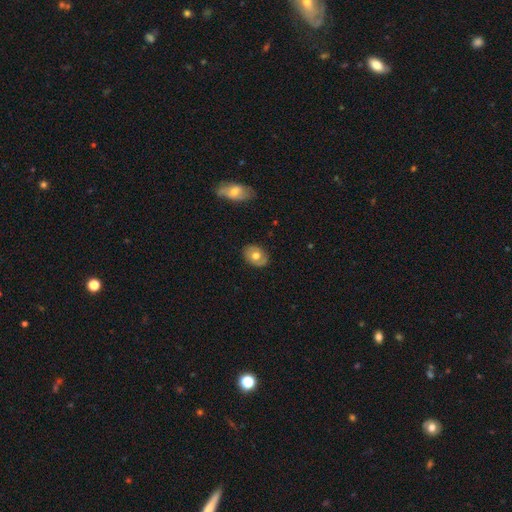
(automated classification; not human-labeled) Smooth or featured: smooth — 63% (featured or disk — 29%)
How rounded: in between — 64% (round — 35%)
Merging: none — 84% (minor disturbance — 13%)